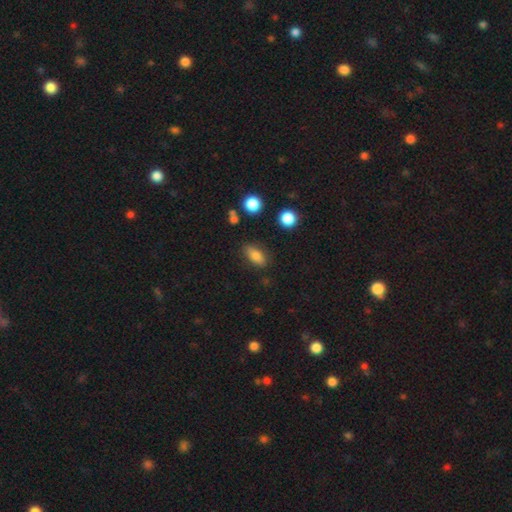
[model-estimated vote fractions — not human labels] Q: Smooth or featured?
A: smooth (79%); runner-up: featured or disk (11%)
Q: How rounded?
A: in between (82%); runner-up: cigar-shaped (11%)
Q: Merging?
A: none (81%); runner-up: minor disturbance (13%)